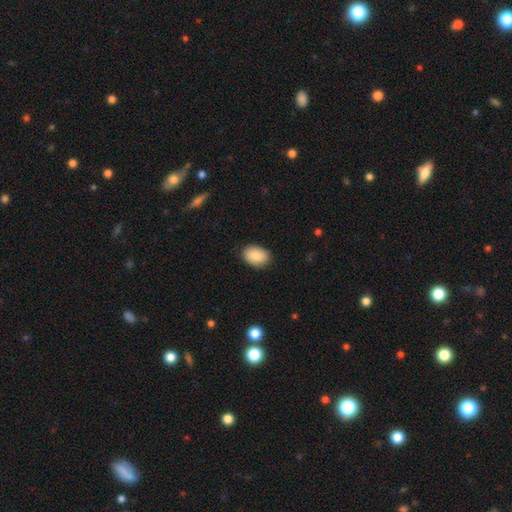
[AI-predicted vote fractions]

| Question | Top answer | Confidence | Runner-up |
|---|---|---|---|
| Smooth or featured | smooth | 88% | star or artifact (6%) |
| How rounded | in between | 85% | round (14%) |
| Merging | none | 88% | minor disturbance (9%) |